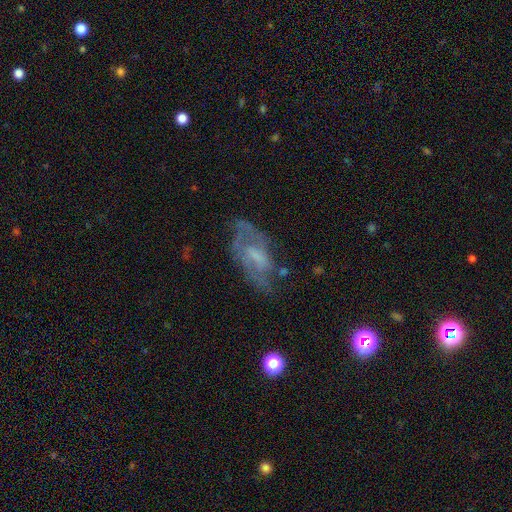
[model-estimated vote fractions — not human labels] The model was most divided on "bar" (2-way tie): weak: 44%, no: 44%, strong: 12%. Remaining: edge-on disk — no (91%); spiral arms — yes (71%); smooth or featured — featured or disk (66%); merging — none (58%); bulge size — small (33%).